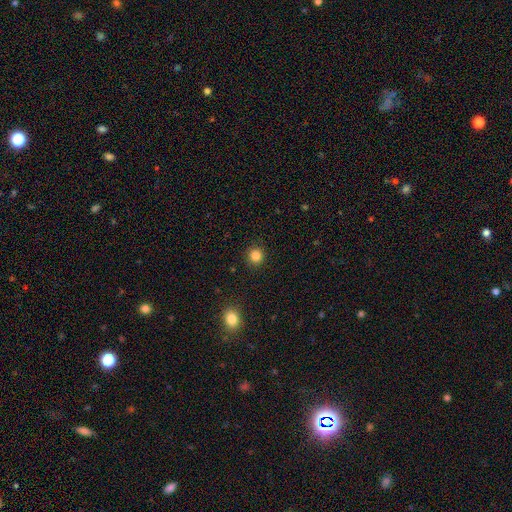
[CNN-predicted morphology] Q: Smooth or featured?
A: smooth (84%); runner-up: star or artifact (12%)
Q: How rounded?
A: round (91%); runner-up: in between (9%)
Q: Merging?
A: none (91%); runner-up: minor disturbance (6%)